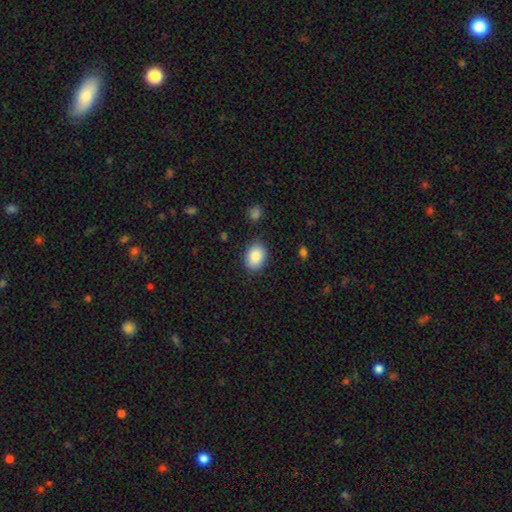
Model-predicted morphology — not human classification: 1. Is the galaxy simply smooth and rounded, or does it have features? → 87% smooth, 7% star or artifact, 6% featured or disk.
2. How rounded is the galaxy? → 70% in between, 29% round, 1% cigar-shaped.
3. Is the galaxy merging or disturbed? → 85% none, 10% minor disturbance, 3% major disturbance, 2% merger.